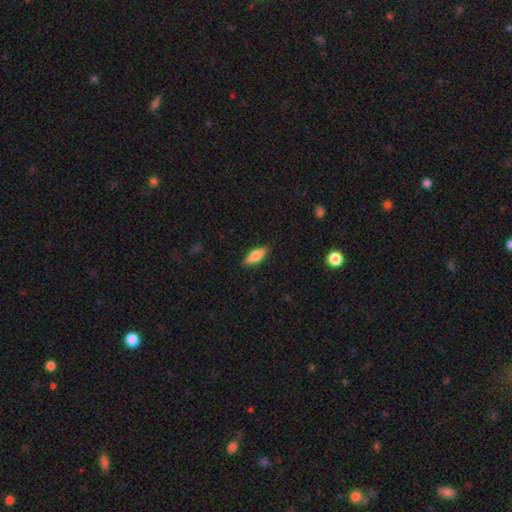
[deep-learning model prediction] smooth_or_featured: smooth (p=0.76) [alt: featured or disk p=0.17]
how_rounded: in between (p=0.61) [alt: cigar-shaped p=0.36]
merging: none (p=0.87) [alt: minor disturbance p=0.10]